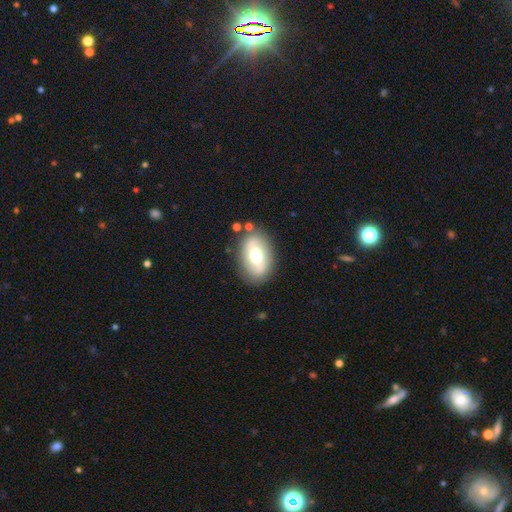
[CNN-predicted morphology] Smooth or featured? smooth (56%)
How rounded? in between (85%)
Merging? none (80%)